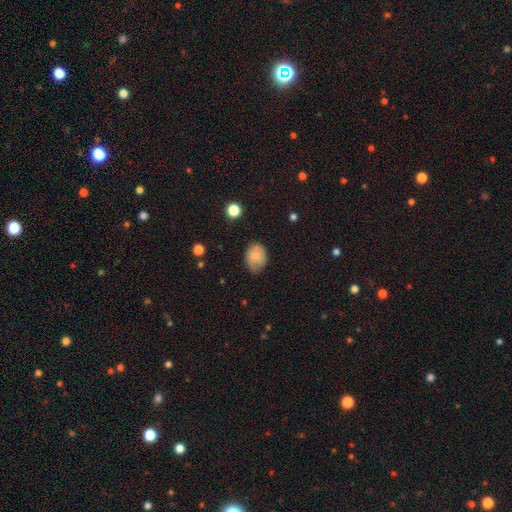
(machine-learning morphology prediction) Overall: smooth (76%). How rounded: in between (64%; round 35%). Merging: none (67%).